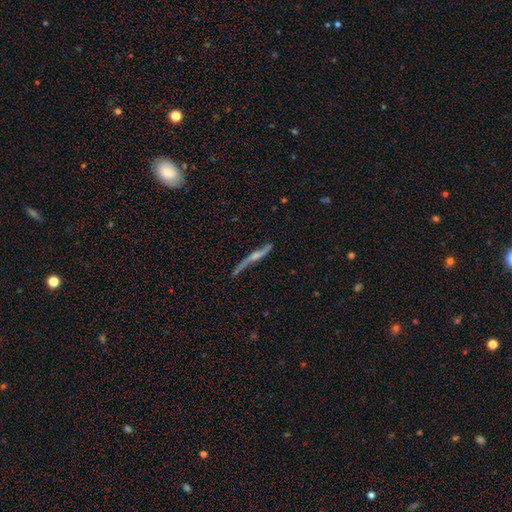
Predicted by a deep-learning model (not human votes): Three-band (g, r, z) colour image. It shows a featured or disk galaxy (76%) viewed edge-on (84%) with a rounded central bulge (70%). Merging: none (67%).